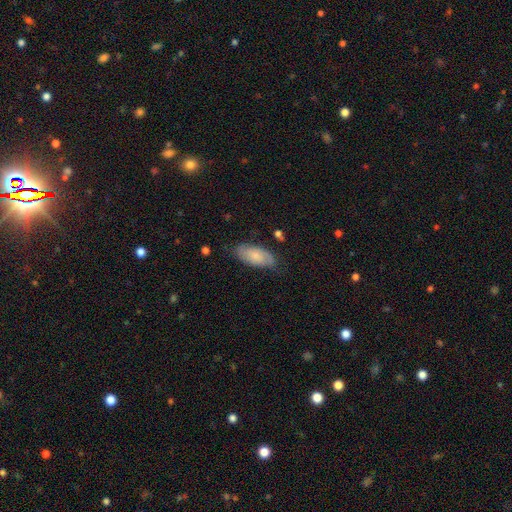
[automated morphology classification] This appears to be a smooth galaxy with no disk features (62%) that is in between round and cigar-shaped (88%). Merging: none (72%).